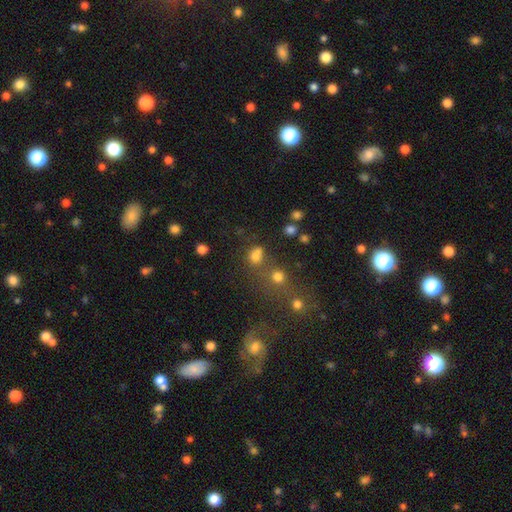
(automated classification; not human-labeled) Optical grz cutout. It shows a smooth galaxy with no disk features (71%) that is round (55%). Merging: none (47%).